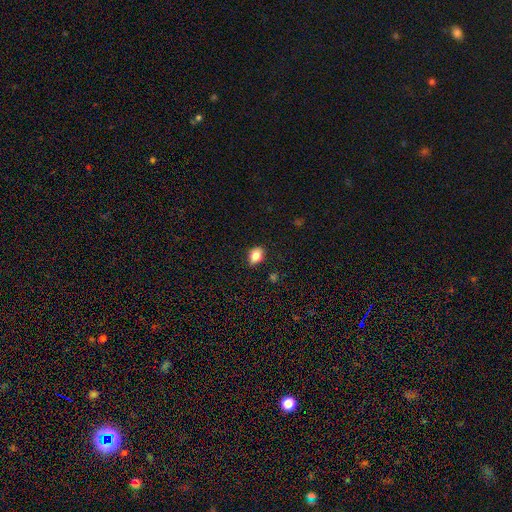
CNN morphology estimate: The model was most divided on "how rounded": in between: 74%, round: 24%, cigar-shaped: 1%. More confident: merging — none (86%); smooth or featured — smooth (85%).